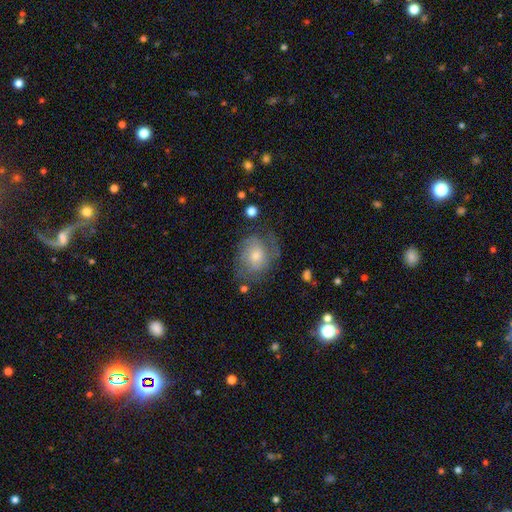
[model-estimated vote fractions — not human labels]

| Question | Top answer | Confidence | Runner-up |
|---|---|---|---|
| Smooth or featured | featured or disk | 70% | smooth (21%) |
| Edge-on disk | no | 97% | yes (3%) |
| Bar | no | 67% | weak (29%) |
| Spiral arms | yes | 90% | no (10%) |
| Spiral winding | tight | 45% | medium (41%) |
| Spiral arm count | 2 | 45% | can't tell (29%) |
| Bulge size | moderate | 53% | small (35%) |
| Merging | none | 67% | minor disturbance (20%) |